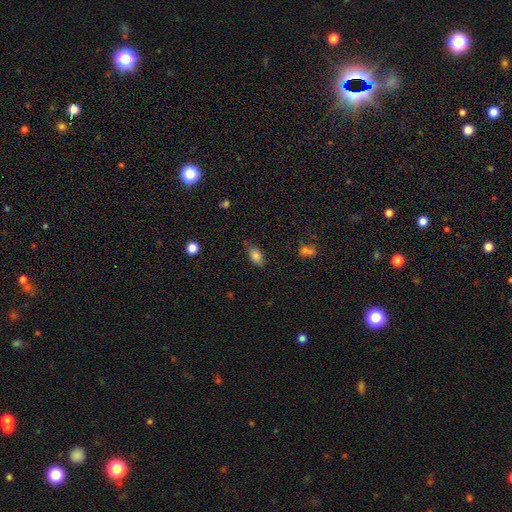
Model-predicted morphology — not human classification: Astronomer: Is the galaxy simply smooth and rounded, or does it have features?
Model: smooth — 81%.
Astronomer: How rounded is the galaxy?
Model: in between — 89%.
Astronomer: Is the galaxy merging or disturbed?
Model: none — 77%.